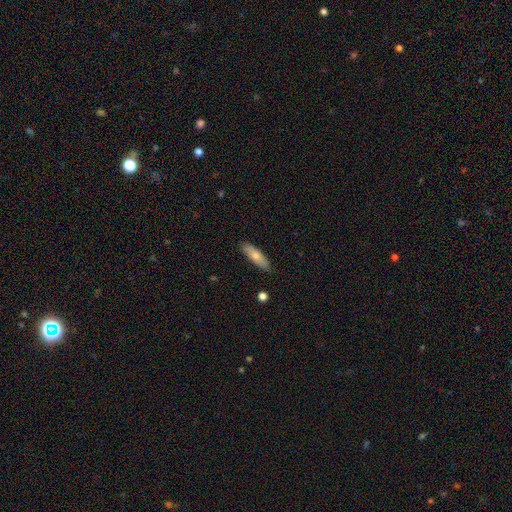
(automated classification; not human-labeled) Overall: smooth (70%). How rounded: cigar-shaped (55%; in between 43%). Merging: none (87%).